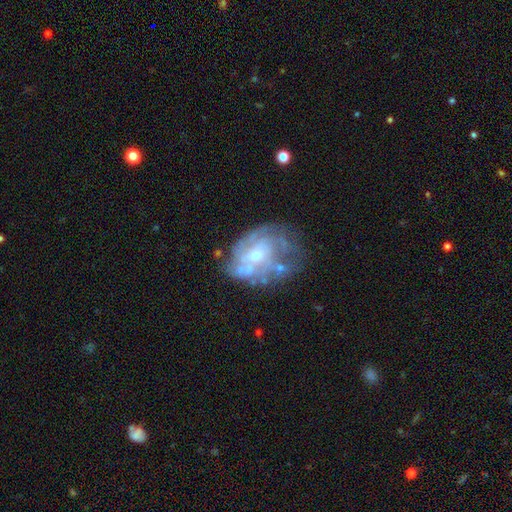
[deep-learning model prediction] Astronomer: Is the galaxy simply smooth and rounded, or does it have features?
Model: featured or disk — 74%.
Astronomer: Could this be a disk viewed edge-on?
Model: no — 97%.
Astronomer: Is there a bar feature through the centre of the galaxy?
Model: no — 71%.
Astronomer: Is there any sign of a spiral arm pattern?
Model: yes — 60% (runner-up: no, 40%).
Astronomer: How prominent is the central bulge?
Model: moderate — 50% (runner-up: small, 40%).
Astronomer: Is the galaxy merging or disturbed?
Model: none — 52%.